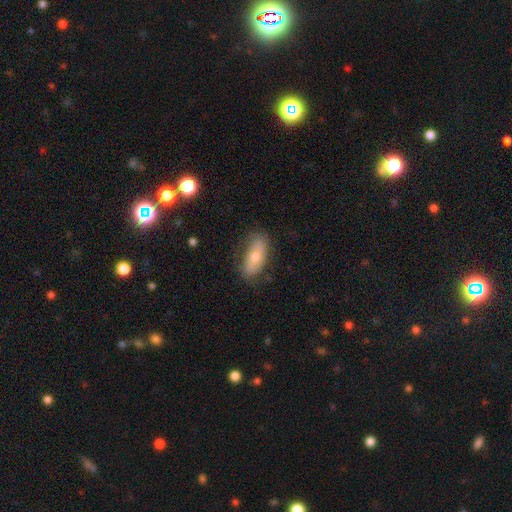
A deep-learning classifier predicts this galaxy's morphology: smooth 62%, featured or disk 31%, star or artifact 7%. Down the decision tree: how rounded — in between (84%); merging — none (75%).